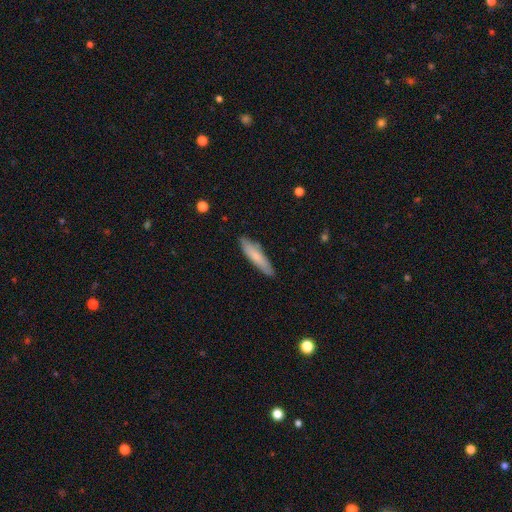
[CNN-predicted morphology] A smooth galaxy with no disk features (74%) that is cigar-shaped (80%). Merging: none (85%).